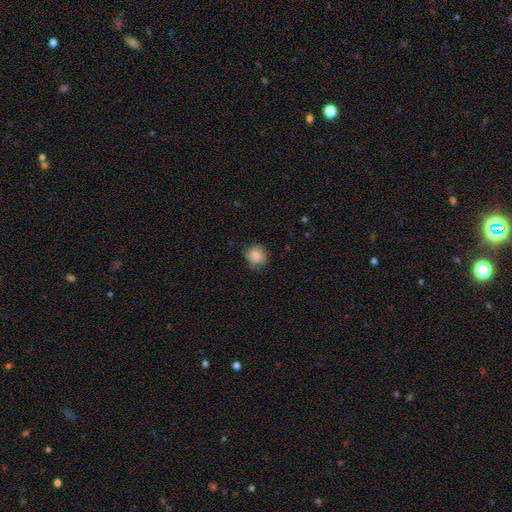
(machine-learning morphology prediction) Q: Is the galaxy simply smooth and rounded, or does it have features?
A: smooth — 82%.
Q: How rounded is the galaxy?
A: round — 81%.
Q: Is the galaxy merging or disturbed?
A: none — 71%.